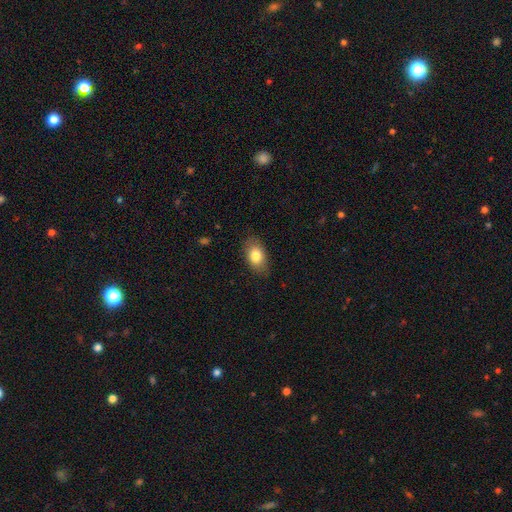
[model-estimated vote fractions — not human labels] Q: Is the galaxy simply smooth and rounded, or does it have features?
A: smooth — 81%.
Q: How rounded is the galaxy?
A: in between — 88%.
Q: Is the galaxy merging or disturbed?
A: none — 80%.